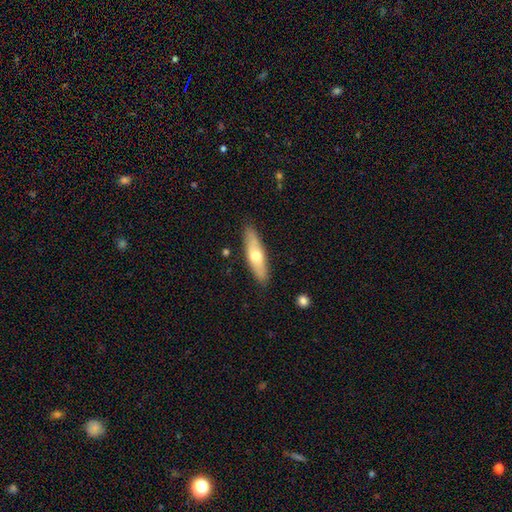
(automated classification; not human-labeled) Smooth or featured? smooth (55%)
How rounded? cigar-shaped (62%)
Merging? none (87%)